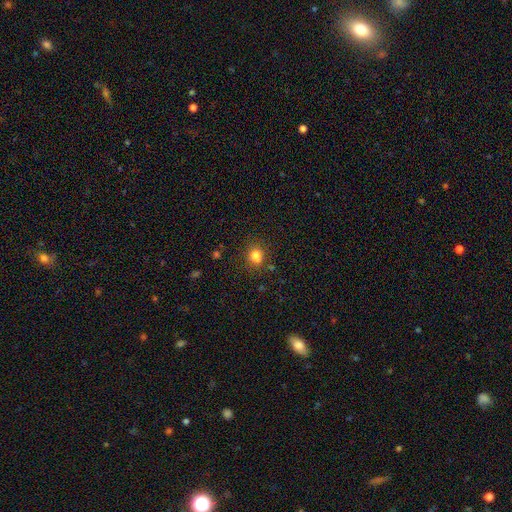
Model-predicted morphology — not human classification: Overall: smooth (81%). How rounded: round (73%). Merging: none (80%).